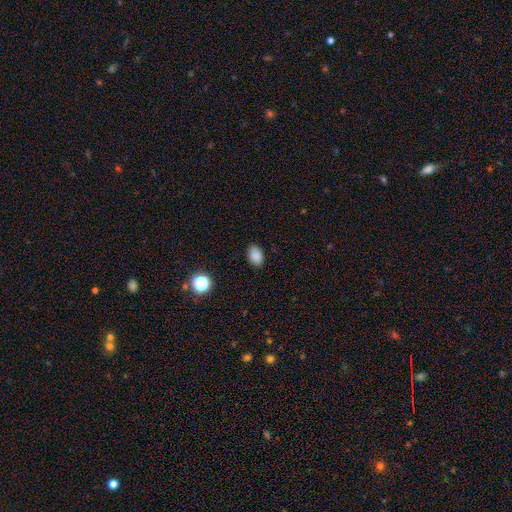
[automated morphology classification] smooth 85%, star or artifact 11%, featured or disk 4%. Down the decision tree: how rounded — in between (79%); merging — none (84%).